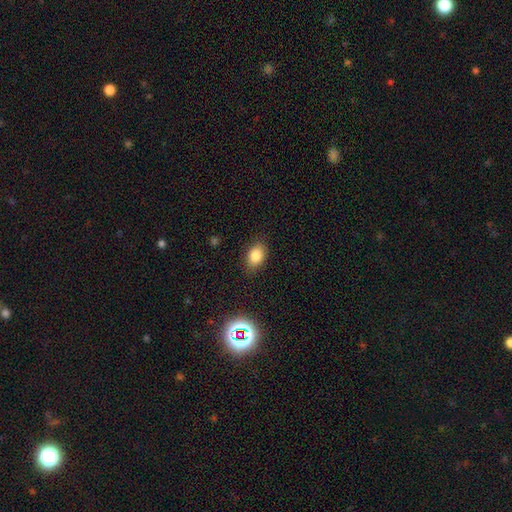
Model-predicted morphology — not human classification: type=smooth (82%); roundness=in between (79%); merging=none (84%).